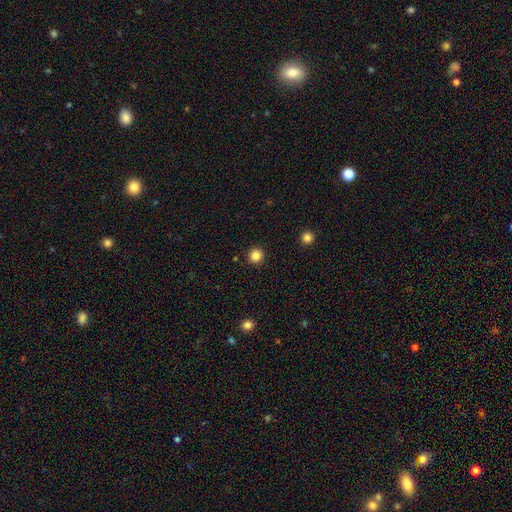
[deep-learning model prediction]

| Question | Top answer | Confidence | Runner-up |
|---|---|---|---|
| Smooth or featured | smooth | 84% | star or artifact (12%) |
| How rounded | round | 95% | in between (4%) |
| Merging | none | 93% | minor disturbance (5%) |